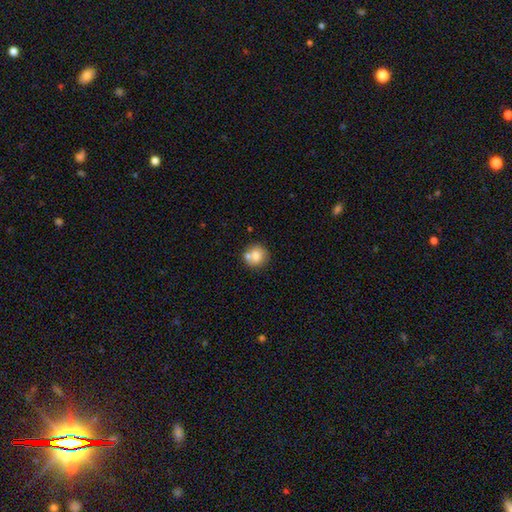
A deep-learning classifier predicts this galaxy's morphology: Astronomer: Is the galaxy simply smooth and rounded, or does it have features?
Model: smooth — 74%.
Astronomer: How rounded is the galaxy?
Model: round — 87%.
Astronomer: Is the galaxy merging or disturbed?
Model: none — 60%.